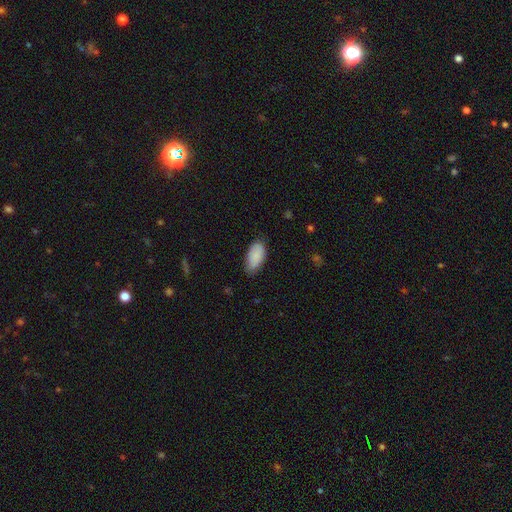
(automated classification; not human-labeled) A smooth galaxy with no disk features (88%) that is in between round and cigar-shaped (94%).

Vote fractions:
- Smooth or featured? smooth: 88% / star or artifact: 6% / featured or disk: 6%
- How rounded? in between: 94% / cigar-shaped: 3% / round: 2%
- Merging? none: 65% / minor disturbance: 29% / major disturbance: 5% / merger: 1%